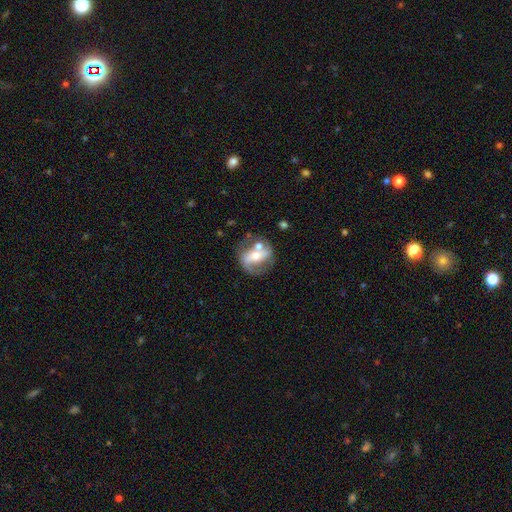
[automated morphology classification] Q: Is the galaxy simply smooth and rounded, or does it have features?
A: featured or disk — 74%.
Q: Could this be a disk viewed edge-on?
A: no — 93%.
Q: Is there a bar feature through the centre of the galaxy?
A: strong — 48%.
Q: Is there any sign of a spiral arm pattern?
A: yes — 75%.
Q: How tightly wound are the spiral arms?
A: loose — 45%.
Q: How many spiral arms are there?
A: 2 — 82%.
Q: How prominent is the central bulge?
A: moderate — 61%.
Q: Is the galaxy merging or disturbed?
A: none — 57%.